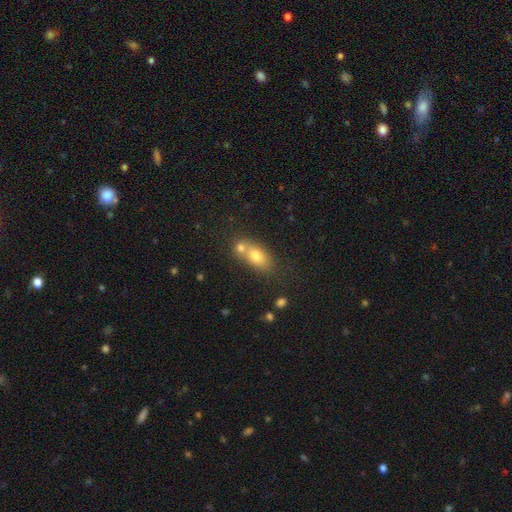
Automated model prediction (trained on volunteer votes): This appears to be a smooth galaxy with no disk features (74%) that is in between round and cigar-shaped (75%). Merging: merger (47%).